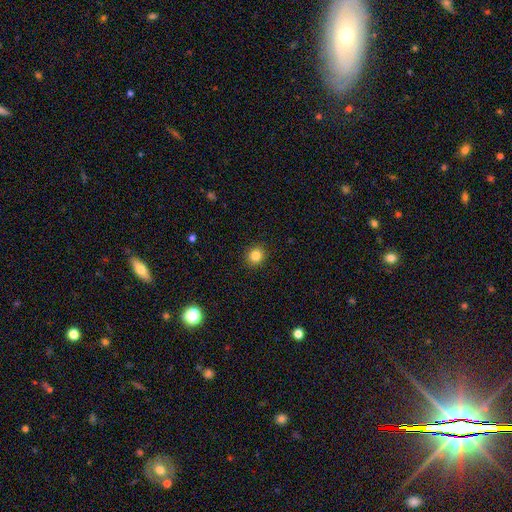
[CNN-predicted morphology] This is clearly a smooth galaxy (84%). How rounded: clearly round (84%). Merging: clearly none (91%).